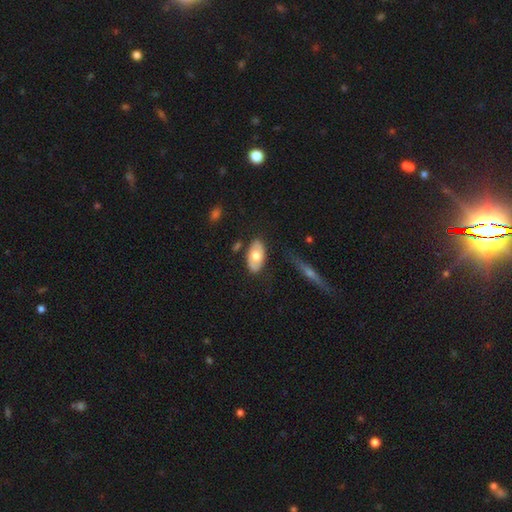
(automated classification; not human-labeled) Smooth or featured: smooth — 60% (featured or disk — 35%)
How rounded: in between — 94% (round — 4%)
Merging: none — 78% (minor disturbance — 14%)